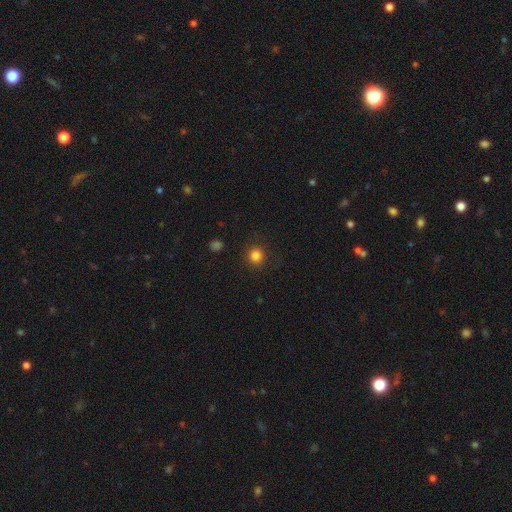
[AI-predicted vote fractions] Smooth or featured: smooth — 83% (star or artifact — 12%)
How rounded: round — 94% (in between — 5%)
Merging: none — 90% (minor disturbance — 6%)